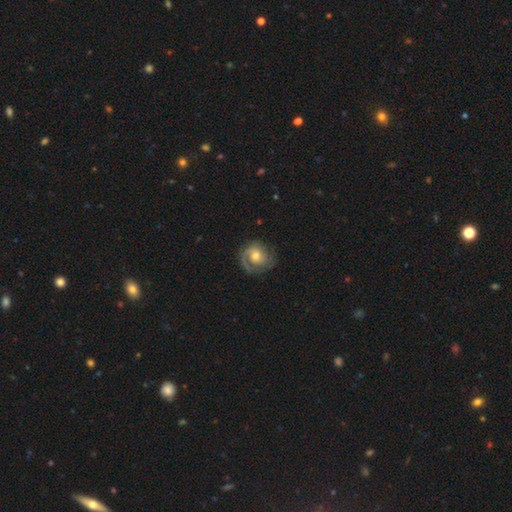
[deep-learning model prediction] Q: Smooth or featured?
A: featured or disk (78%); runner-up: smooth (17%)
Q: Edge-on disk?
A: no (98%); runner-up: yes (2%)
Q: Bar?
A: no (68%); runner-up: weak (27%)
Q: Spiral arms?
A: yes (93%); runner-up: no (7%)
Q: Spiral winding?
A: tight (49%); runner-up: medium (37%)
Q: Spiral arm count?
A: 1 (41%); runner-up: 2 (39%)
Q: Bulge size?
A: moderate (59%); runner-up: small (32%)
Q: Merging?
A: none (71%); runner-up: minor disturbance (17%)